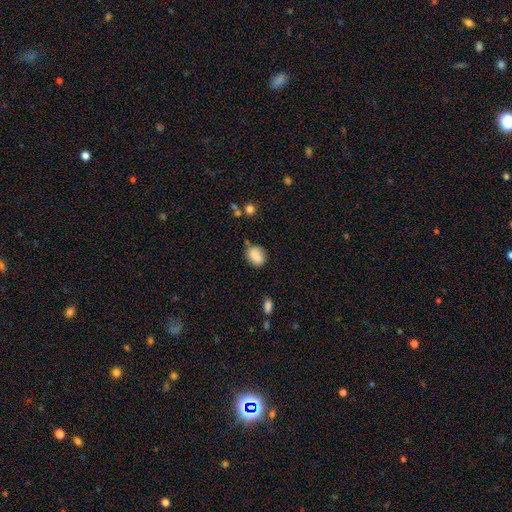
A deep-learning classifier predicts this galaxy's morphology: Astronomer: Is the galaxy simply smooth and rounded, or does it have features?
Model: smooth — 81%.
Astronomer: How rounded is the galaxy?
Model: round — 50% (runner-up: in between, 49%).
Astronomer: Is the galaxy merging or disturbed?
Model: none — 68%.